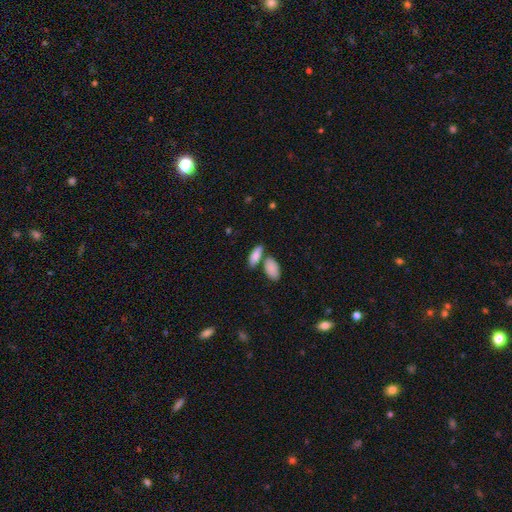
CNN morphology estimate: Smooth or featured: smooth — 85% (featured or disk — 9%)
How rounded: in between — 79% (cigar-shaped — 18%)
Merging: none — 56% (merger — 29%)